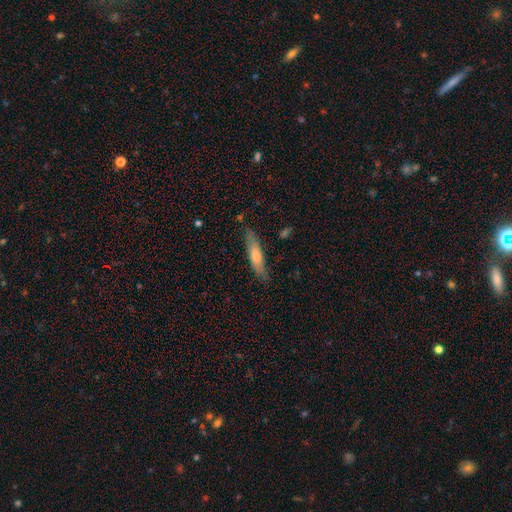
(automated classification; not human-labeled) Smooth or featured?
  - smooth: 62% *
  - featured or disk: 32%
  - star or artifact: 6%
How rounded?
  - cigar-shaped: 80% *
  - in between: 19%
  - round: 2%
Merging?
  - none: 81% *
  - minor disturbance: 15%
  - major disturbance: 3%
  - merger: 2%